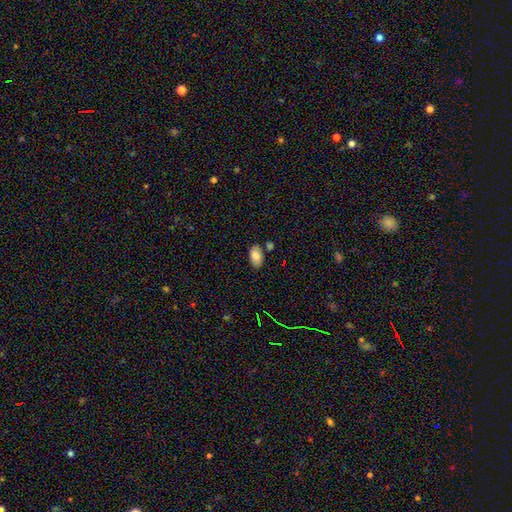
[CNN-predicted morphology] Smooth or featured? smooth (82%)
How rounded? in between (93%)
Merging? none (74%)